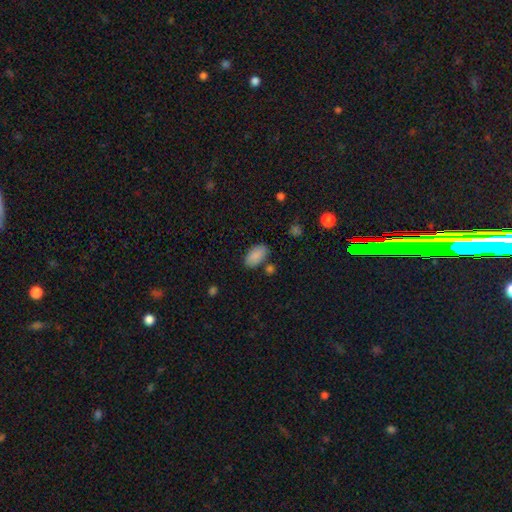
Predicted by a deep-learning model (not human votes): A smooth galaxy with no disk features (87%) that is in between round and cigar-shaped (94%). Merging: none (78%).